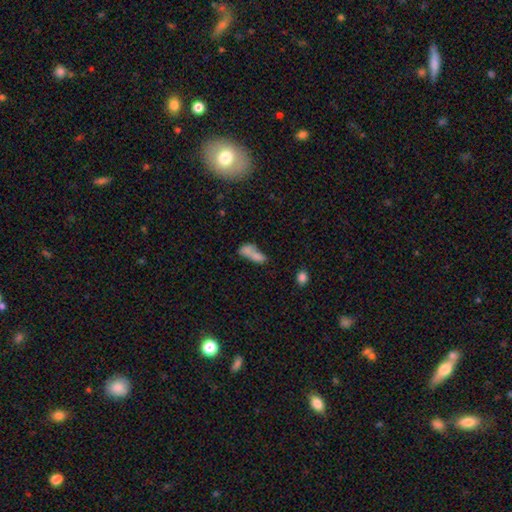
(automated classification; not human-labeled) smooth 70%, featured or disk 18%, star or artifact 12%. Down the decision tree: how rounded — in between (72%); merging — merger (62%).